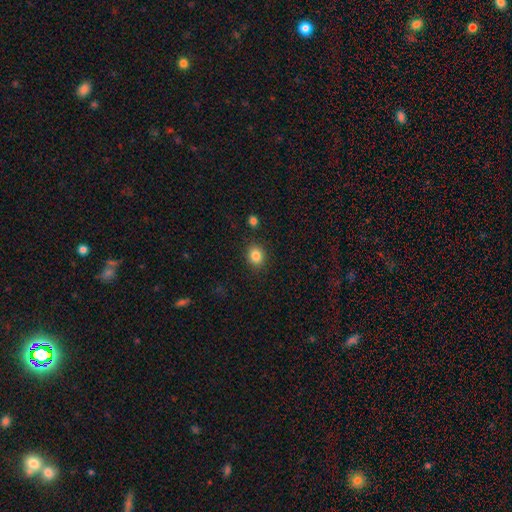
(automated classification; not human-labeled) This appears to be a smooth galaxy with no disk features (85%) that is round (66%). Merging: none (87%).